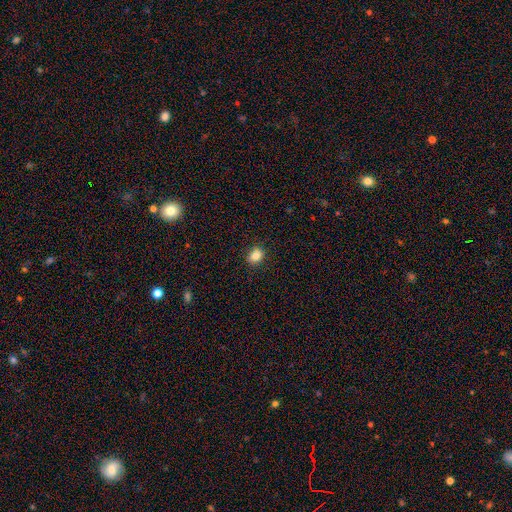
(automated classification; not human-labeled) This is clearly a smooth galaxy (83%). How rounded: possibly in between (55%). Merging: clearly none (88%).